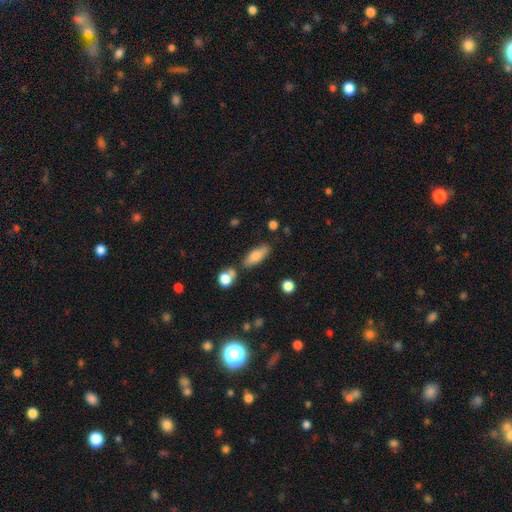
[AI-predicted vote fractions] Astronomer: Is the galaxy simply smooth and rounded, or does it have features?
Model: smooth — 73%.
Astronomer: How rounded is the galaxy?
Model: in between — 67%.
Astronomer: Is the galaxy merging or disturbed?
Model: none — 75%.